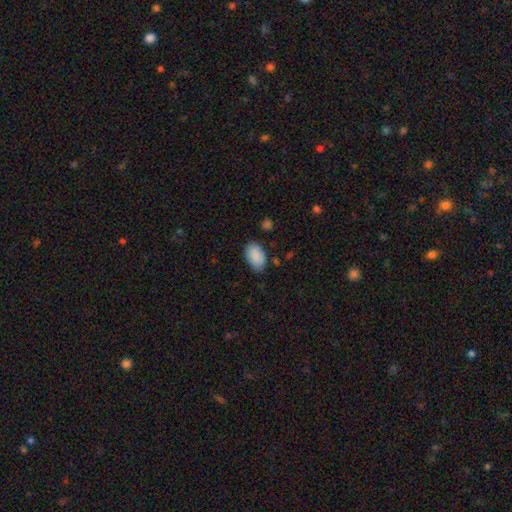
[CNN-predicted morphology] smooth 89%, star or artifact 6%, featured or disk 4%. Down the decision tree: how rounded — in between (93%); merging — none (78%).